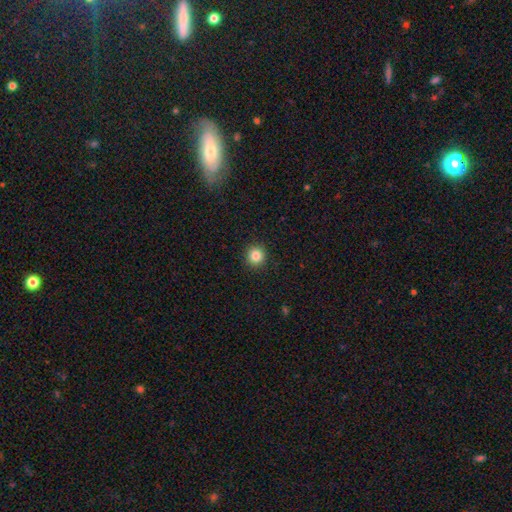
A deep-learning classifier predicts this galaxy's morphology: smooth-or-featured: smooth: 84% | star or artifact: 11% | featured or disk: 5%
  how-rounded: round: 92% | in between: 7% | cigar-shaped: 1%
  merging: none: 92% | minor disturbance: 5% | major disturbance: 2% | merger: 1%